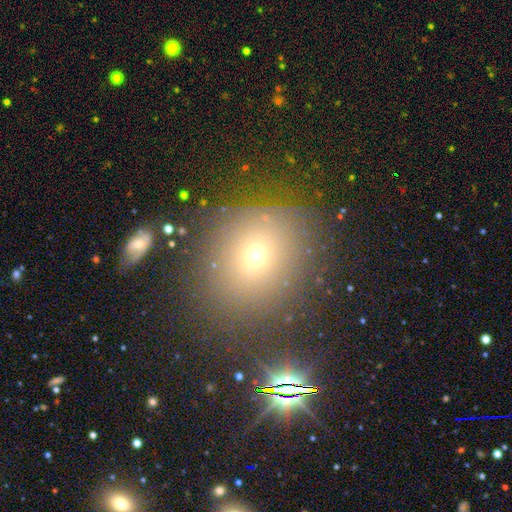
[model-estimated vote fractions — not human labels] Smooth or featured? smooth (58%)
How rounded? round (76%)
Merging? none (80%)